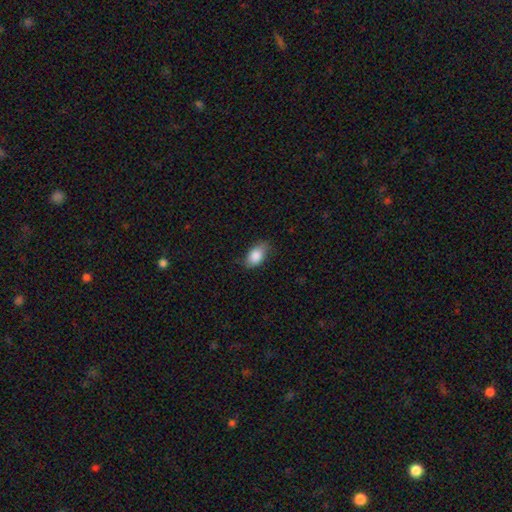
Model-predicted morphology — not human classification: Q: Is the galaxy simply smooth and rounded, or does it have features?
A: smooth — 85%.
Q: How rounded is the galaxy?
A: in between — 90%.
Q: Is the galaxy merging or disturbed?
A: none — 73%.